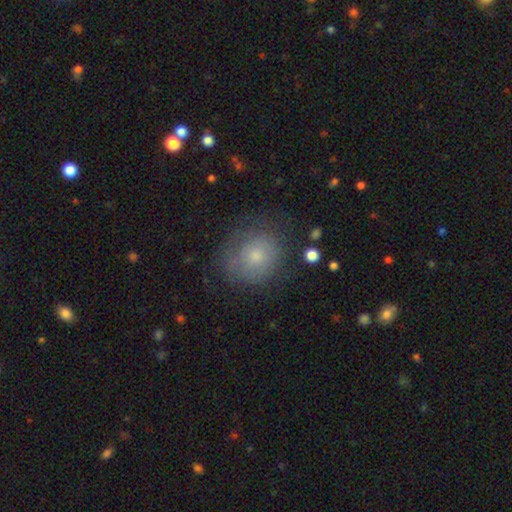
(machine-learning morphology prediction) Q: Smooth or featured?
A: smooth (65%); runner-up: featured or disk (24%)
Q: How rounded?
A: round (73%); runner-up: in between (26%)
Q: Merging?
A: none (66%); runner-up: minor disturbance (21%)